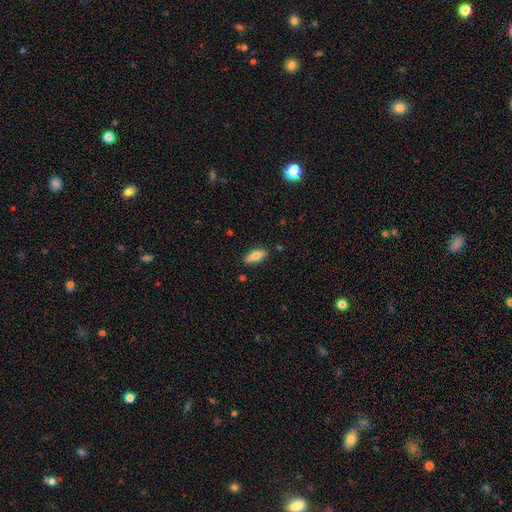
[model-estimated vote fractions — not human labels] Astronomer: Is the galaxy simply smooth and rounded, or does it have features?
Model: smooth — 73%.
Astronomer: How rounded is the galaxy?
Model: in between — 71%.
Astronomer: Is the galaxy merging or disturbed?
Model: none — 82%.